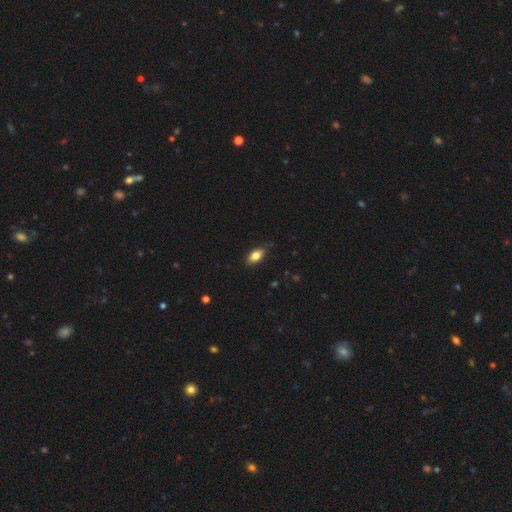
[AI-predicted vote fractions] Q: Smooth or featured?
A: smooth (83%); runner-up: featured or disk (9%)
Q: How rounded?
A: in between (89%); runner-up: round (6%)
Q: Merging?
A: none (79%); runner-up: minor disturbance (17%)